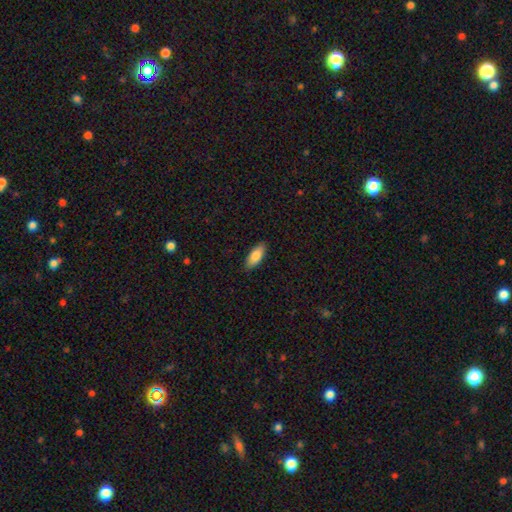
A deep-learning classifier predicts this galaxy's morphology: Overall: smooth (85%). How rounded: in between (80%). Merging: none (88%).